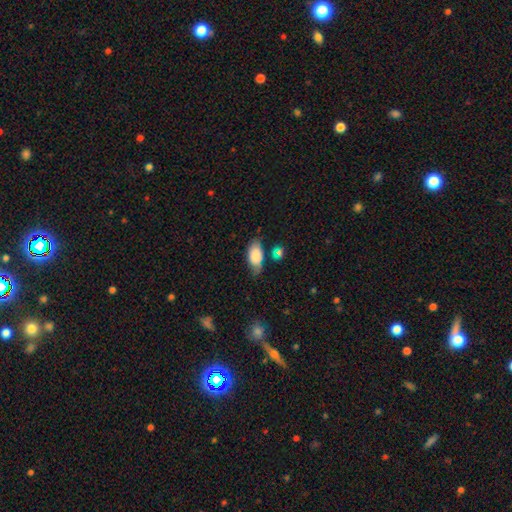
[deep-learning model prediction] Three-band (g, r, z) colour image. It shows a smooth galaxy with no disk features (79%) that is in between round and cigar-shaped (91%). Merging: none (56%).